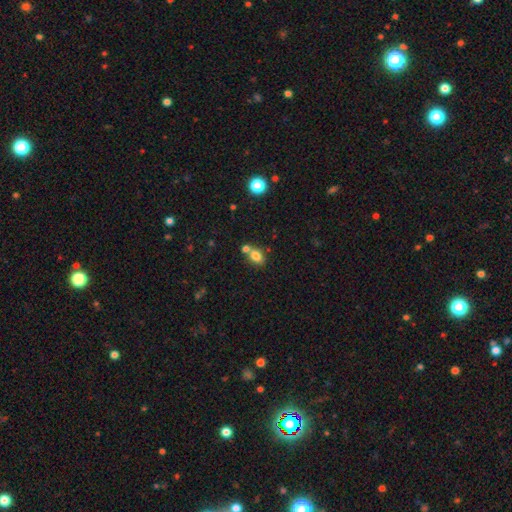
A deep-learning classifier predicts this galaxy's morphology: This is clearly a smooth galaxy (80%). How rounded: likely in between (65%). Merging: possibly none (53%).